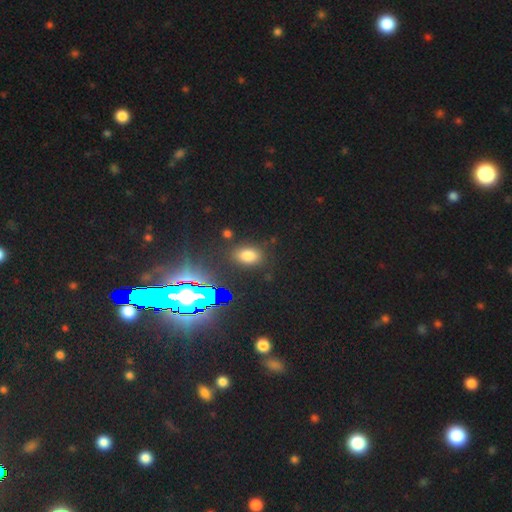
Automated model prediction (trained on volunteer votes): Q: Smooth or featured?
A: smooth (59%); runner-up: star or artifact (32%)
Q: How rounded?
A: in between (79%); runner-up: round (19%)
Q: Merging?
A: none (85%); runner-up: minor disturbance (9%)